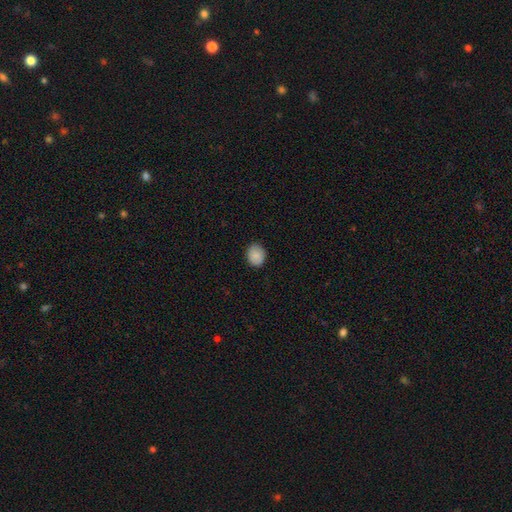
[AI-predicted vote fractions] A smooth galaxy with no disk features (88%) that is round (65%). Merging: none (85%).